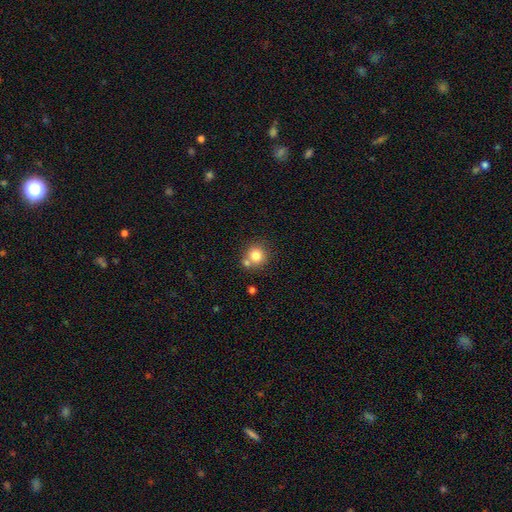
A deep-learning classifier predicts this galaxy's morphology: This is likely a smooth galaxy (80%). How rounded: clearly round (90%). Merging: likely none (63%).